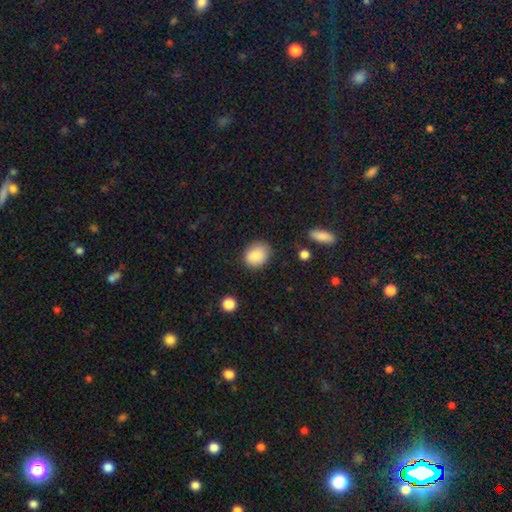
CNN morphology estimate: This is clearly a smooth galaxy (86%). How rounded: possibly round (52%). Merging: likely none (79%).